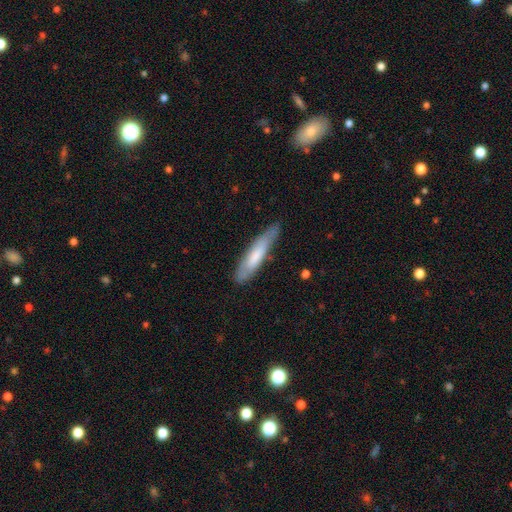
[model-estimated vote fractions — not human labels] This is likely a smooth galaxy (64%). How rounded: clearly cigar-shaped (80%). Merging: likely none (71%).